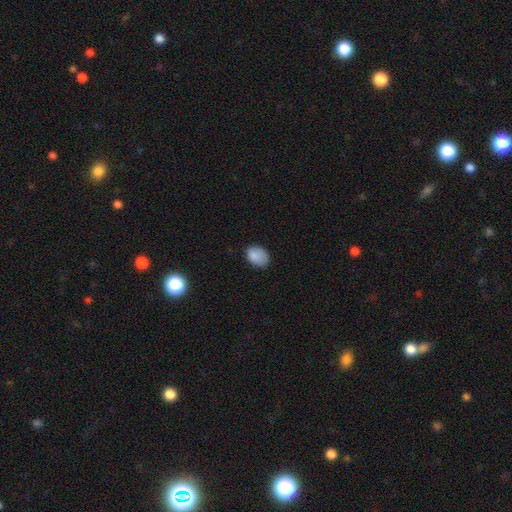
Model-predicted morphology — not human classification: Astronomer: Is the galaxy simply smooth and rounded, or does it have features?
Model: smooth — 86%.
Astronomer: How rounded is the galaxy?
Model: in between — 75%.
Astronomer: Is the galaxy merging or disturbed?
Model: none — 69%.